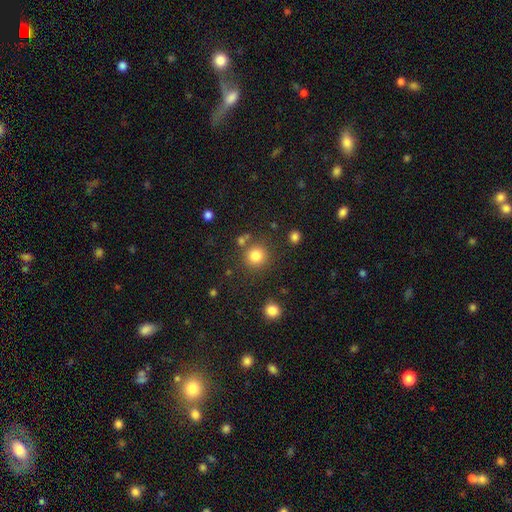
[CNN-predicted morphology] This is clearly a smooth galaxy (82%). How rounded: clearly round (93%). Merging: clearly none (81%).